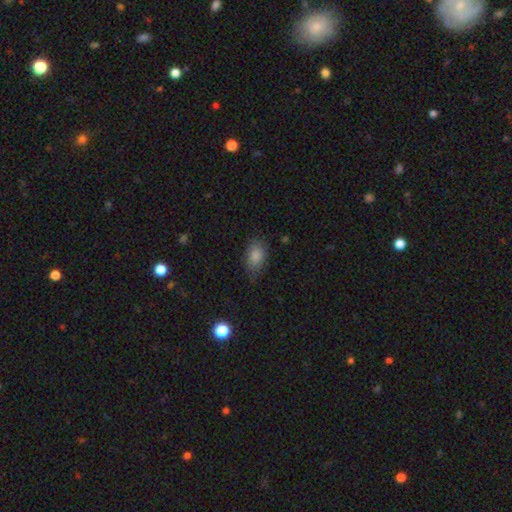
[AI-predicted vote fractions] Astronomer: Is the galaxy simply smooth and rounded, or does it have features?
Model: smooth — 85%.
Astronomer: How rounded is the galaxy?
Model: in between — 88%.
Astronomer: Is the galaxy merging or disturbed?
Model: none — 71%.